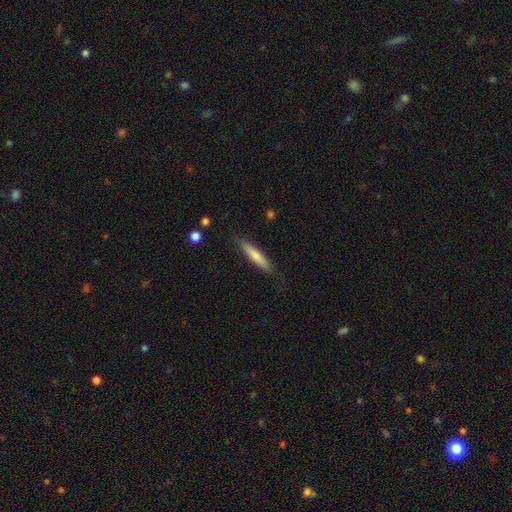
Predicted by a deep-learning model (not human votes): Morphology: type=smooth (71%); roundness=cigar-shaped (88%); merging=none (81%).